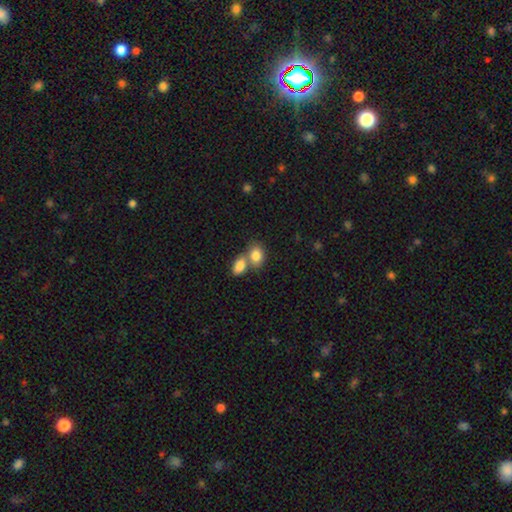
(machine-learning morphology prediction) Q: Smooth or featured?
A: smooth (84%); runner-up: featured or disk (9%)
Q: How rounded?
A: in between (74%); runner-up: round (25%)
Q: Merging?
A: merger (57%); runner-up: none (32%)